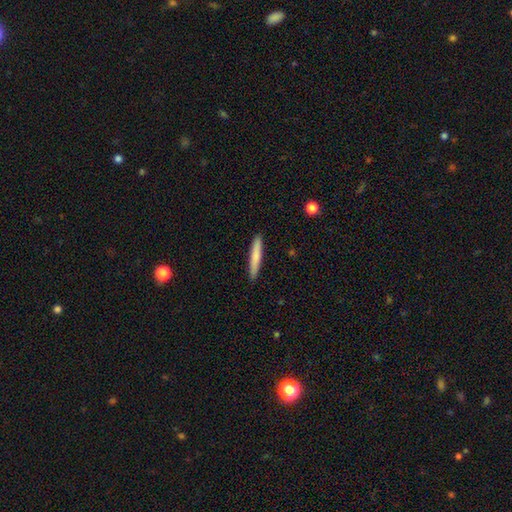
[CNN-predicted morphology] A smooth galaxy with no disk features (75%) that is cigar-shaped (94%).

Vote fractions:
- Smooth or featured? smooth: 75% / featured or disk: 19% / star or artifact: 6%
- How rounded? cigar-shaped: 94% / in between: 5% / round: 1%
- Merging? none: 91% / minor disturbance: 7% / major disturbance: 1% / merger: 1%